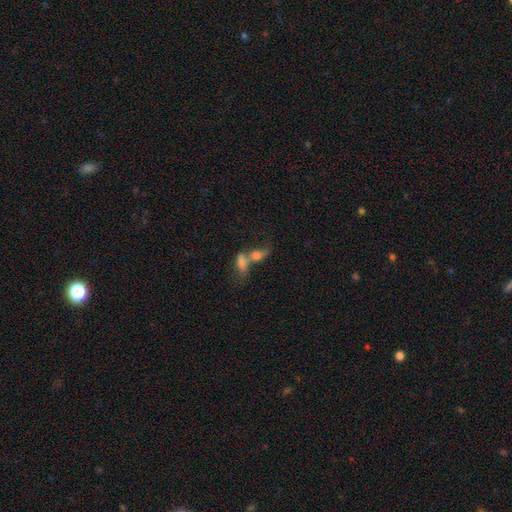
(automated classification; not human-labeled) Smooth or featured: smooth — 59% (featured or disk — 27%)
How rounded: in between — 72% (cigar-shaped — 15%)
Merging: merger — 71% (none — 15%)